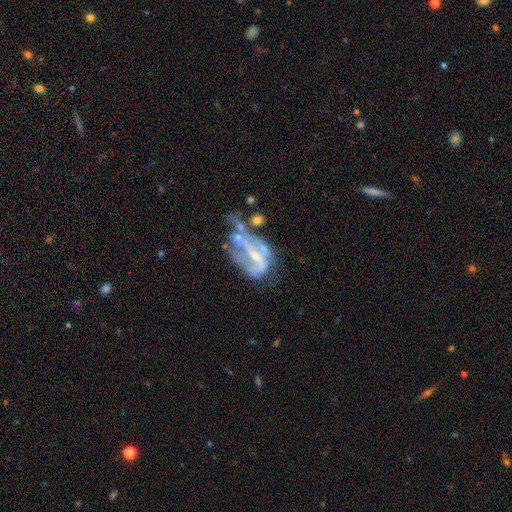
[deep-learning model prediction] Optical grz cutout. It shows a featured or disk galaxy (74%) with a weak bar (38%), spiral arms (53%) and a small central bulge (50%). Merging: major disturbance (37%).